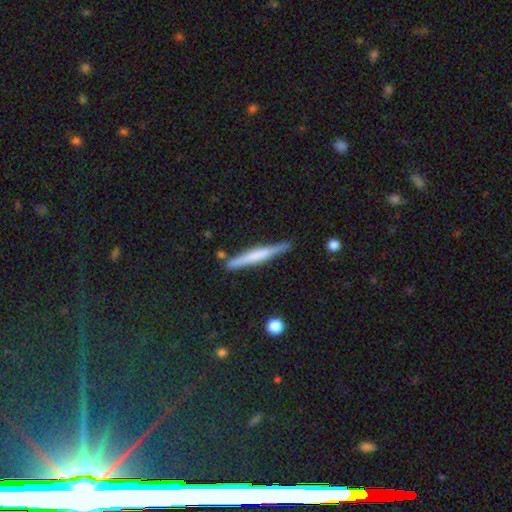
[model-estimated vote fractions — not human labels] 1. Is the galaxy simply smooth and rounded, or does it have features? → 50% featured or disk, 44% smooth, 6% star or artifact.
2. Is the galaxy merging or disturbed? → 84% none, 11% minor disturbance, 3% merger, 2% major disturbance.